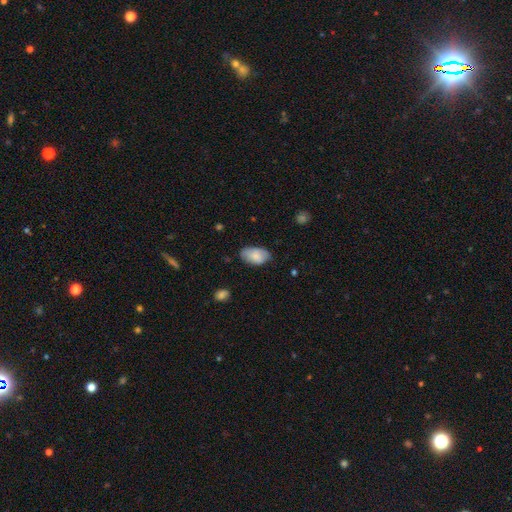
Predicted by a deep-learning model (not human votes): A smooth galaxy with no disk features (79%) that is in between round and cigar-shaped (94%). Merging: none (69%).